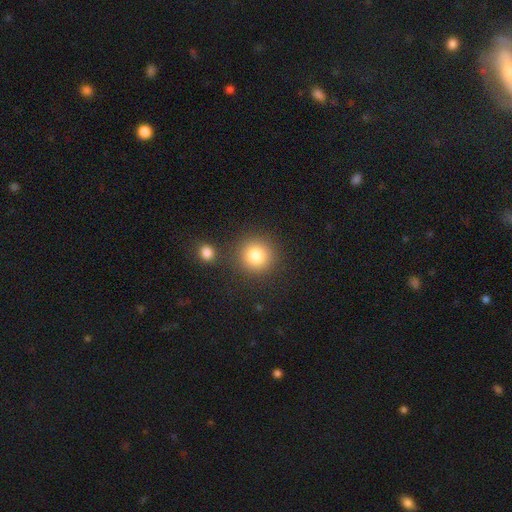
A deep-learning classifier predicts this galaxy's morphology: This appears to be a smooth galaxy with no disk features (81%) that is round (93%). Merging: none (83%).